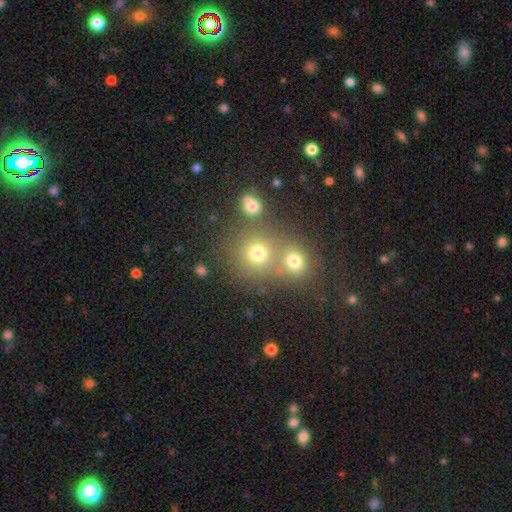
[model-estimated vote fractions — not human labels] smooth_or_featured: smooth (p=0.74) [alt: star or artifact p=0.17]
how_rounded: round (p=0.86) [alt: in between p=0.13]
merging: none (p=0.56) [alt: merger p=0.33]